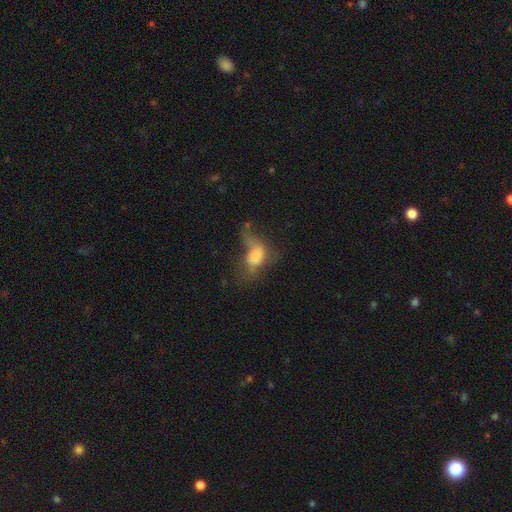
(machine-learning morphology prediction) Smooth or featured?
  - smooth: 55% *
  - featured or disk: 32%
  - star or artifact: 13%
How rounded?
  - in between: 78% *
  - round: 15%
  - cigar-shaped: 7%
Merging?
  - major disturbance: 49% *
  - none: 22%
  - minor disturbance: 19%
  - merger: 9%